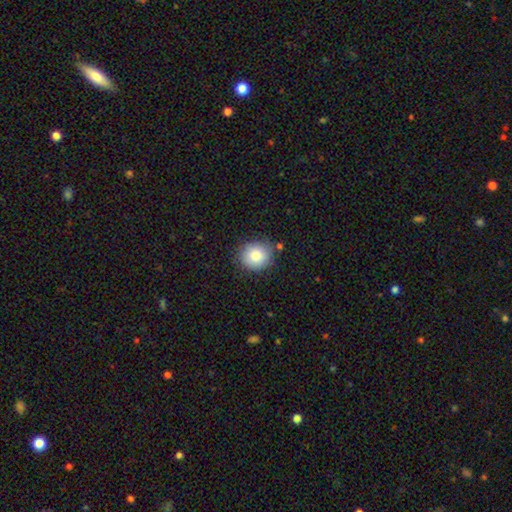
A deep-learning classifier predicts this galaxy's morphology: The model was most divided on "how rounded": round: 82%, in between: 17%, cigar-shaped: 1%. More confident: smooth or featured — smooth (86%); merging — none (81%).